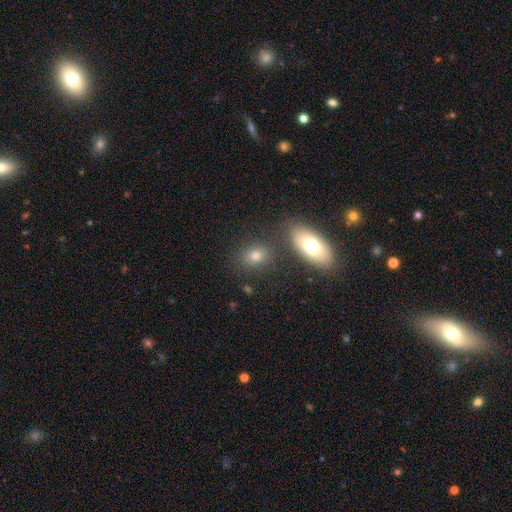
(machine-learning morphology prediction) This appears to be a smooth galaxy with no disk features (75%) that is in between round and cigar-shaped (68%). Merging: none (73%).